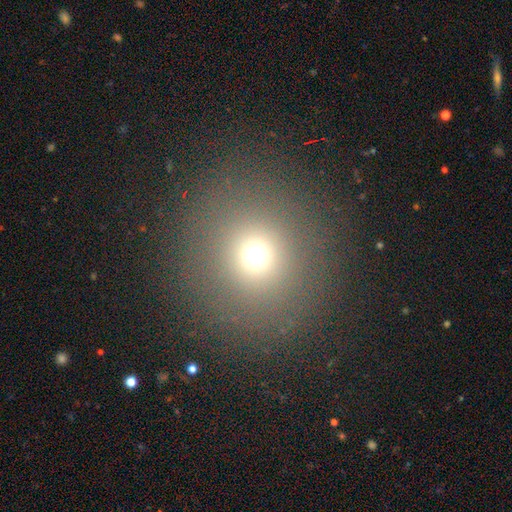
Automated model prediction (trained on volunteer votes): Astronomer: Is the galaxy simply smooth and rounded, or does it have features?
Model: smooth — 67%.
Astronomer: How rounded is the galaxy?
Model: round — 90%.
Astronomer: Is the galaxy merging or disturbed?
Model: none — 85%.